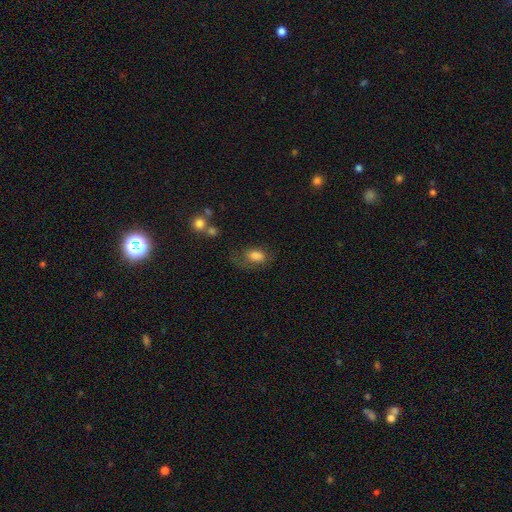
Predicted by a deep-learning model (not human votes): A smooth galaxy with no disk features (76%) that is in between round and cigar-shaped (83%).

Vote fractions:
- Smooth or featured? smooth: 76% / featured or disk: 15% / star or artifact: 10%
- How rounded? in between: 83% / round: 15% / cigar-shaped: 2%
- Merging? none: 41% / major disturbance: 27% / minor disturbance: 26% / merger: 6%